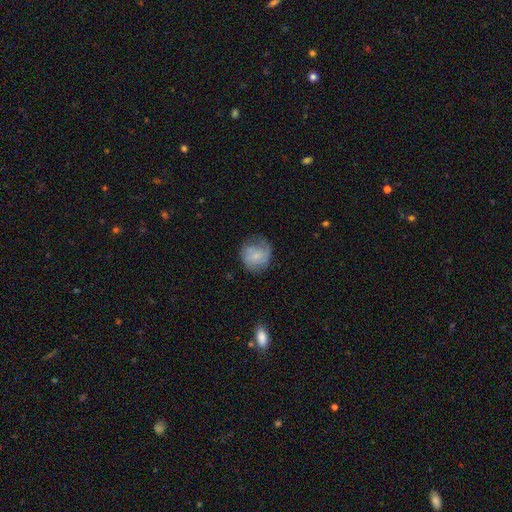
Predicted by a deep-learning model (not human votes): smooth-or-featured: smooth: 56% | featured or disk: 37% | star or artifact: 8%
  how-rounded: round: 80% | in between: 19% | cigar-shaped: 1%
  merging: none: 56% | minor disturbance: 28% | major disturbance: 14% | merger: 2%